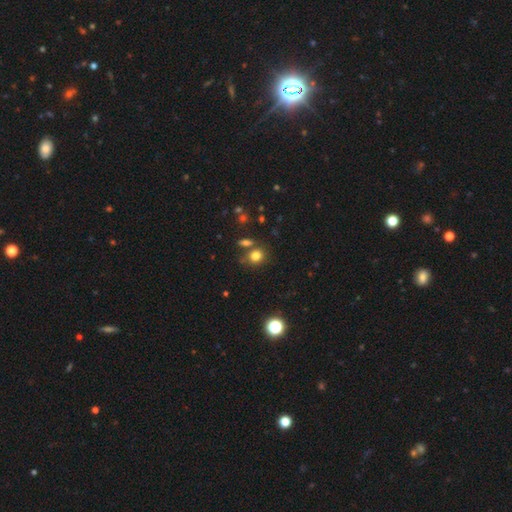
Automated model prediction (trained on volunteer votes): Q: Smooth or featured?
A: smooth (79%); runner-up: star or artifact (14%)
Q: How rounded?
A: round (68%); runner-up: in between (30%)
Q: Merging?
A: none (67%); runner-up: merger (16%)